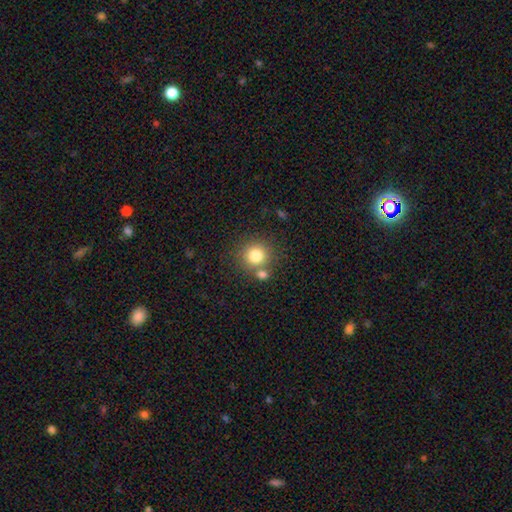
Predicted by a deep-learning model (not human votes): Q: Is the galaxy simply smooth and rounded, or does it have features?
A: smooth — 80%.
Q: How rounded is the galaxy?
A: round — 91%.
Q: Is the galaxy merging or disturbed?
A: none — 69%.